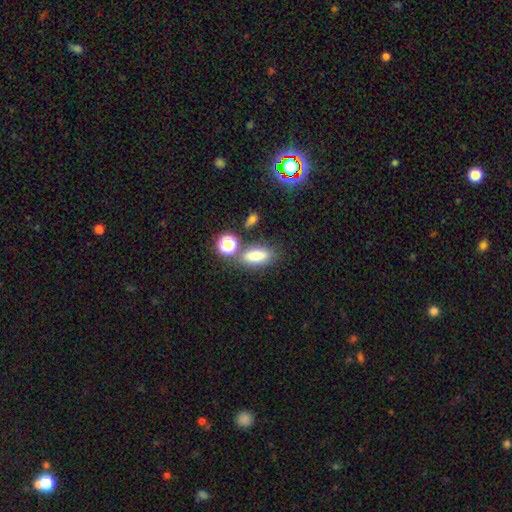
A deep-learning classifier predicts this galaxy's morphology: type=smooth (78%); roundness=in between (80%); merging=none (67%).